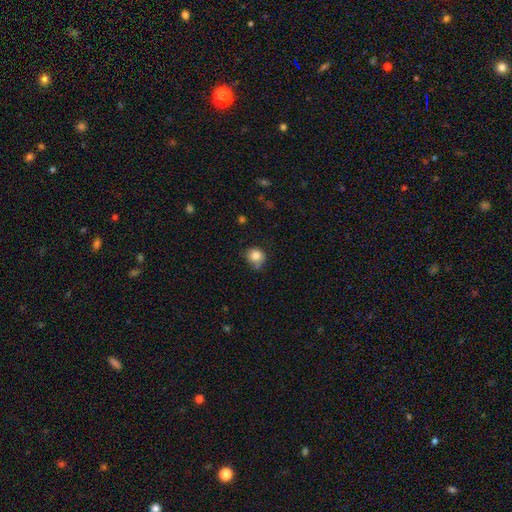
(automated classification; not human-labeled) smooth-or-featured: smooth: 83% | star or artifact: 10% | featured or disk: 7%
  how-rounded: round: 79% | in between: 20% | cigar-shaped: 1%
  merging: none: 60% | minor disturbance: 30% | major disturbance: 6% | merger: 3%